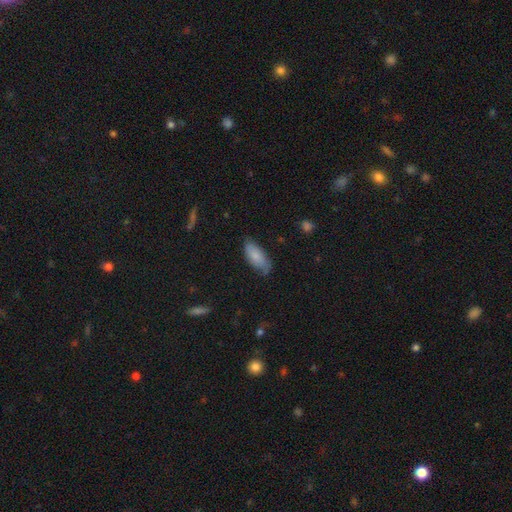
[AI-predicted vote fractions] This is likely a smooth galaxy (78%). How rounded: clearly in between (87%). Merging: likely none (67%).